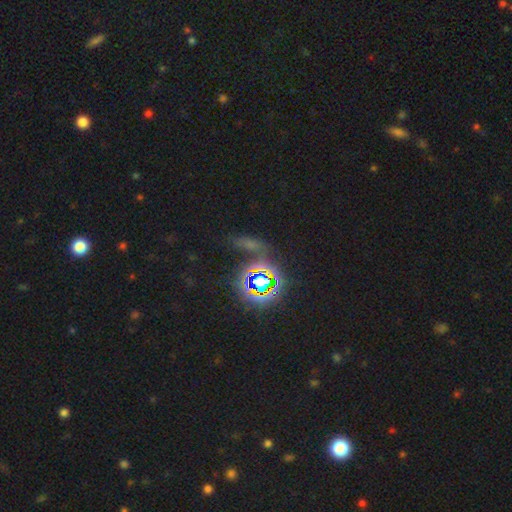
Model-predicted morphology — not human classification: A star or artifact, not a galaxy (67%).

Vote fractions:
- Smooth or featured? star or artifact: 67% / smooth: 20% / featured or disk: 13%